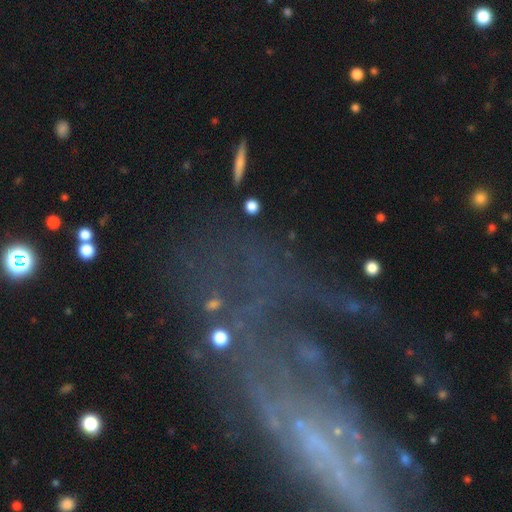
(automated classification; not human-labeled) Overall: featured or disk (65%). Edge-on disk: no (85%). Bar: no (52%; weak 27%). Spiral arms: yes (64%; no 36%). Bulge size: none (35%; small 33%). Merging: none (49%; major disturbance 26%).